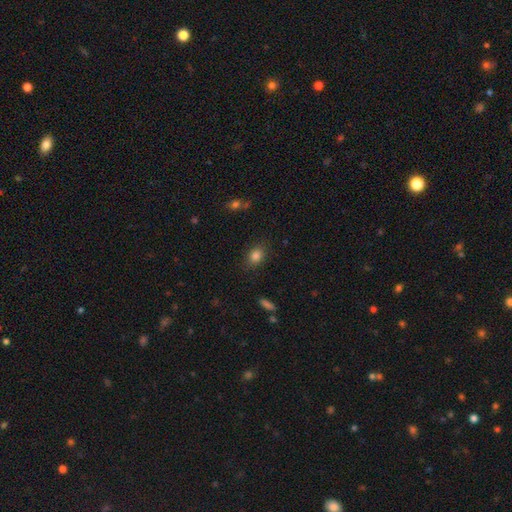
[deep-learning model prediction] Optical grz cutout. It shows a smooth galaxy with no disk features (84%) that is in between round and cigar-shaped (64%). Merging: none (84%).